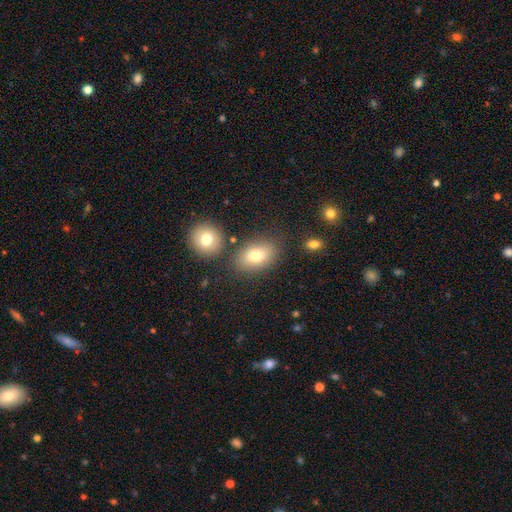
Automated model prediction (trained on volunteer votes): A smooth galaxy with no disk features (75%) that is in between round and cigar-shaped (79%).

Vote fractions:
- Smooth or featured? smooth: 75% / featured or disk: 15% / star or artifact: 10%
- How rounded? in between: 79% / round: 19% / cigar-shaped: 2%
- Merging? none: 74% / minor disturbance: 12% / merger: 10% / major disturbance: 4%